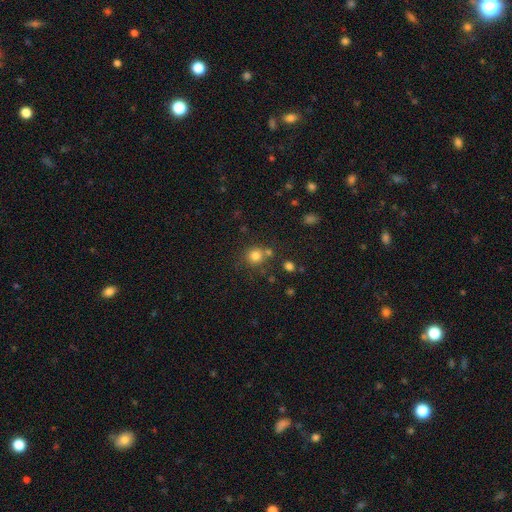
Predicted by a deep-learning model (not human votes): This appears to be a smooth galaxy with no disk features (80%) that is round (89%). Merging: none (67%).